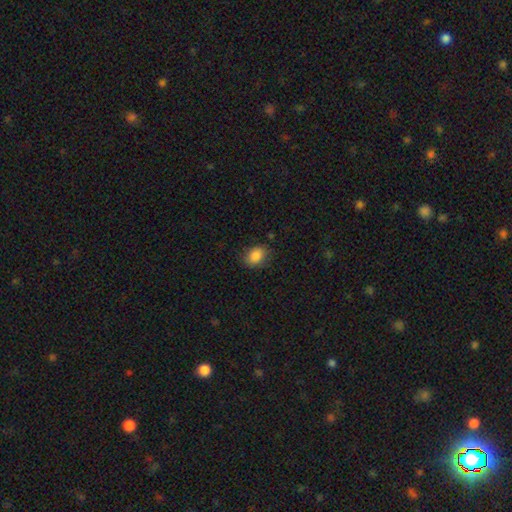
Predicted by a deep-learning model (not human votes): Overall: smooth (85%). How rounded: in between (67%; round 32%). Merging: none (77%).